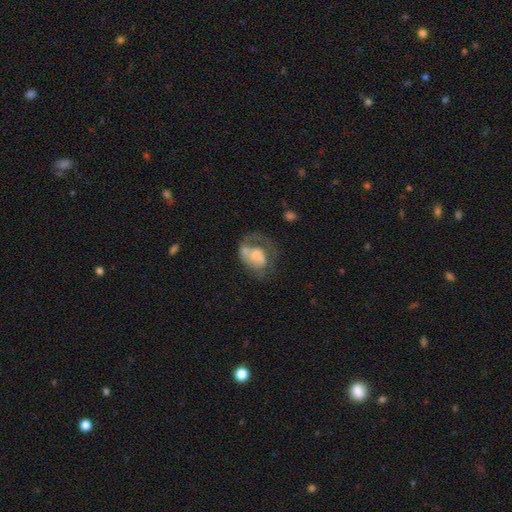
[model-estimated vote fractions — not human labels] Smooth or featured? featured or disk (54%)
Edge-on disk? no (97%)
Bar? no (76%)
Spiral arms? yes (56%)
Bulge size? moderate (31%)
Merging? major disturbance (40%)